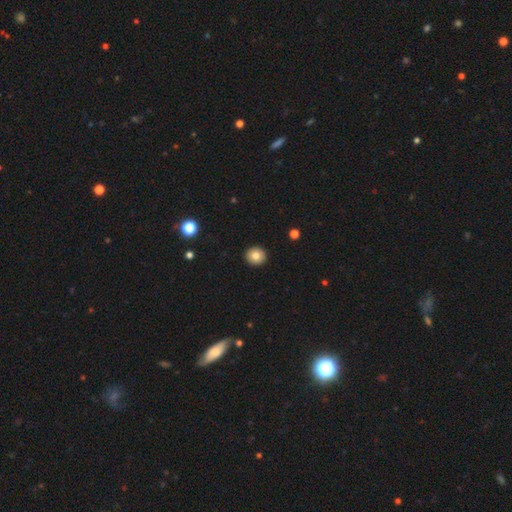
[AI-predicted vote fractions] Smooth or featured? smooth (81%)
How rounded? round (92%)
Merging? none (93%)